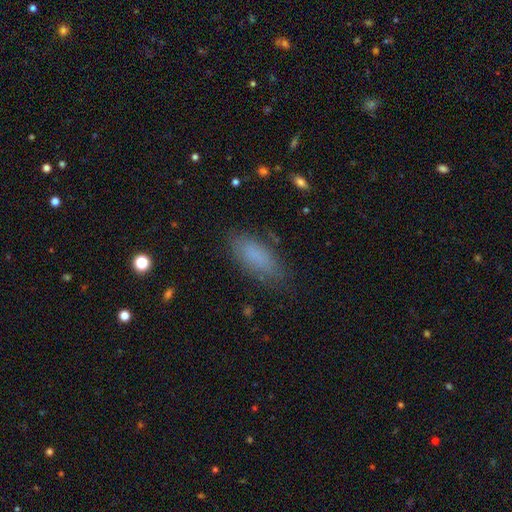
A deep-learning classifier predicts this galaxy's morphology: A smooth galaxy with no disk features (82%) that is in between round and cigar-shaped (84%).

Vote fractions:
- Smooth or featured? smooth: 82% / star or artifact: 10% / featured or disk: 9%
- How rounded? in between: 84% / cigar-shaped: 13% / round: 3%
- Merging? none: 78% / minor disturbance: 15% / major disturbance: 5% / merger: 2%